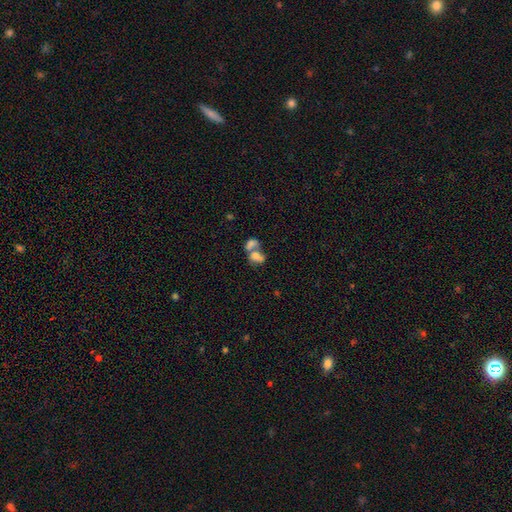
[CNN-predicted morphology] A smooth galaxy with no disk features (64%) that is in between round and cigar-shaped (76%). Merging: merger (70%).